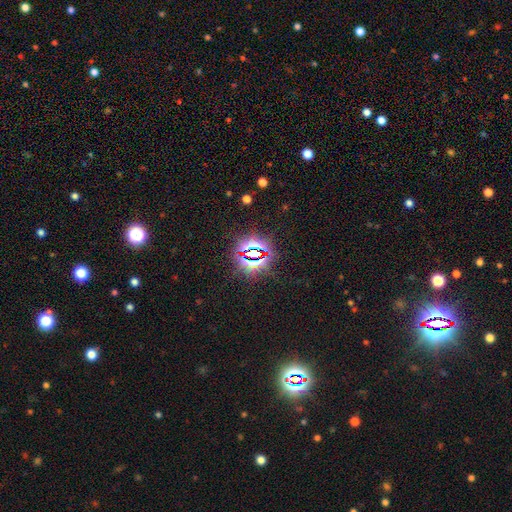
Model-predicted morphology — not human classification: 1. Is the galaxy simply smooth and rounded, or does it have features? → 80% star or artifact, 12% smooth, 8% featured or disk.